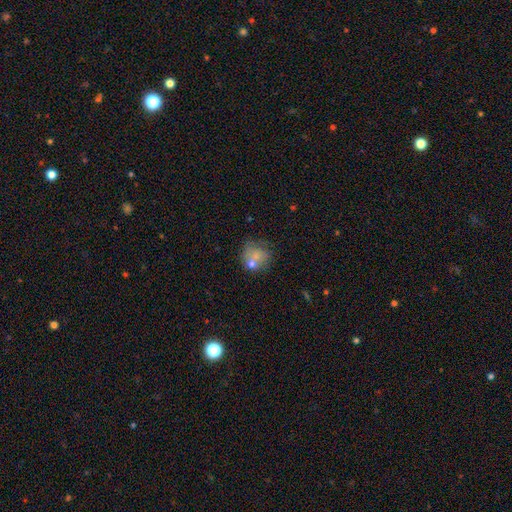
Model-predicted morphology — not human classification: smooth 67%, featured or disk 22%, star or artifact 11%. Down the decision tree: how rounded — round (73%); merging — none (41%).